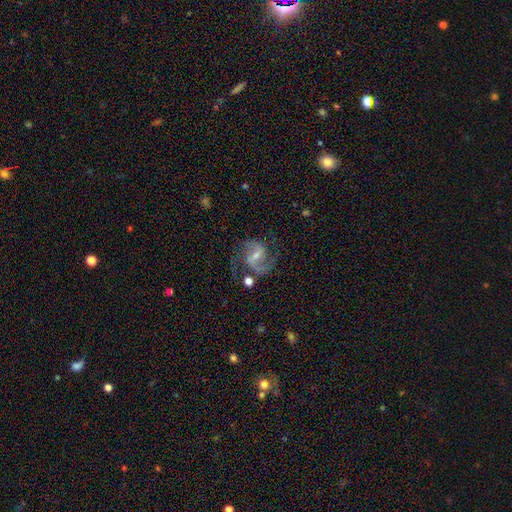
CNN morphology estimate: Smooth or featured? Predicted: featured or disk (p=0.88). Edge-on disk? Predicted: no (p=0.98). Bar? Predicted: weak (p=0.50). Spiral arms? Predicted: yes (p=0.97). Spiral winding? Predicted: medium (p=0.55). Spiral arm count? Predicted: 2 (p=0.91). Bulge size? Predicted: small (p=0.55). Merging? Predicted: none (p=0.70).